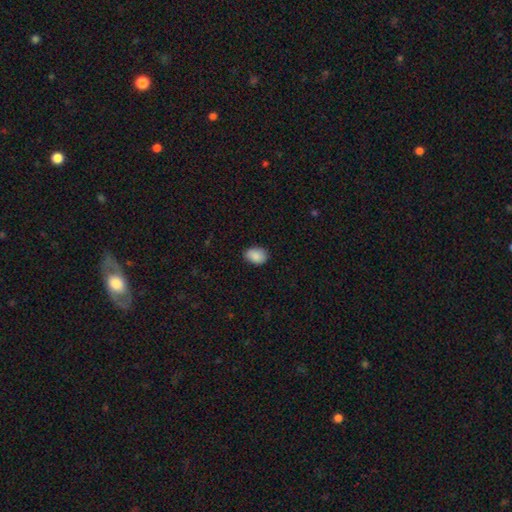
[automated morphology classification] smooth-or-featured: smooth: 89% | star or artifact: 7% | featured or disk: 4%
  how-rounded: in between: 78% | round: 21% | cigar-shaped: 1%
  merging: none: 83% | minor disturbance: 14% | major disturbance: 2% | merger: 1%